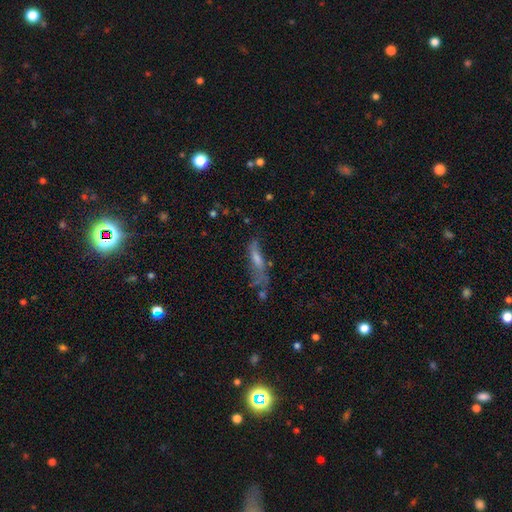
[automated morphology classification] type=featured or disk (46%); merging=none (44%).